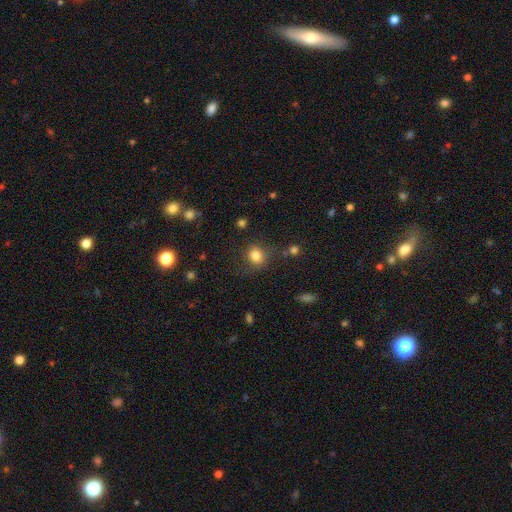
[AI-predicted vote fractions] Morphology: type=smooth (81%); roundness=round (75%); merging=none (75%).